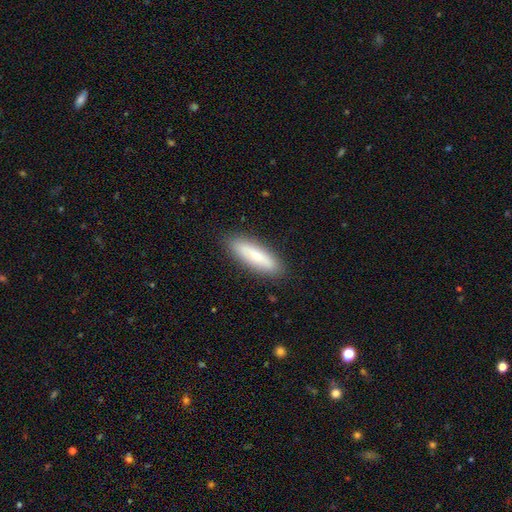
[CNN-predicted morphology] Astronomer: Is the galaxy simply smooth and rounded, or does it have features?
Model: smooth — 72%.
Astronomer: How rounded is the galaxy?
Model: cigar-shaped — 65%.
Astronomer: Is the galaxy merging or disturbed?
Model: none — 88%.